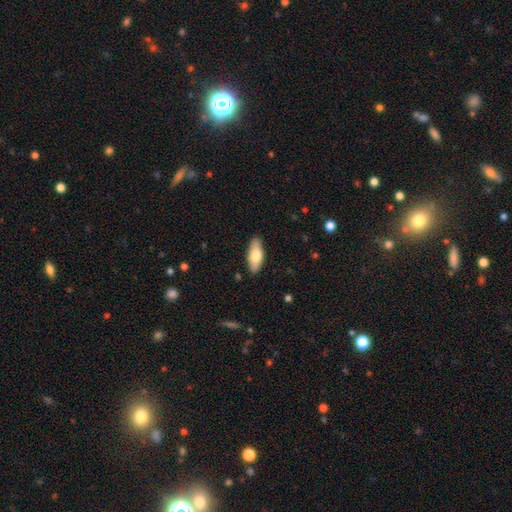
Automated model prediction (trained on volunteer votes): Smooth or featured: smooth — 72% (featured or disk — 23%)
How rounded: in between — 79% (cigar-shaped — 19%)
Merging: none — 88% (minor disturbance — 9%)